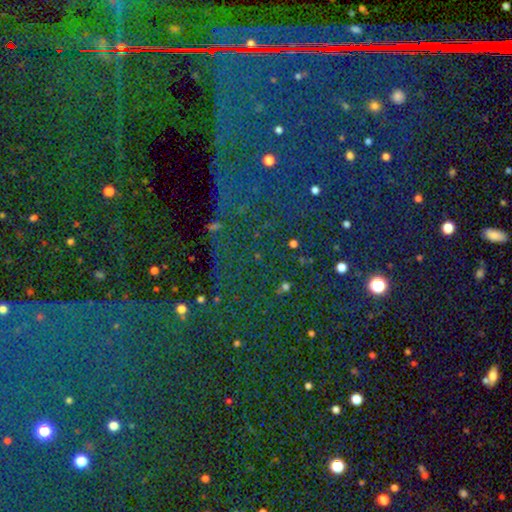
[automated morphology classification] type=star or artifact (87%).